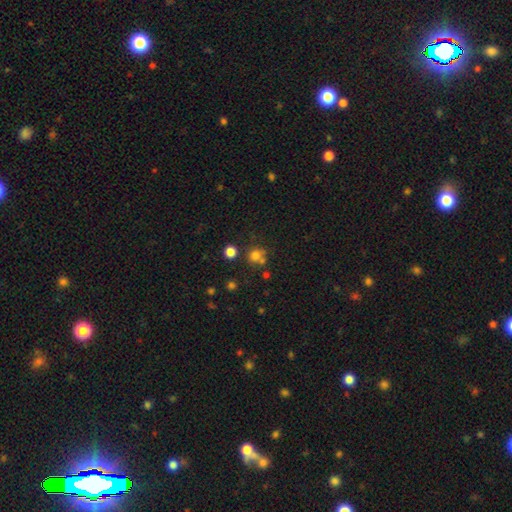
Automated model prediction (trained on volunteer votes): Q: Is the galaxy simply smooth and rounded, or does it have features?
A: smooth — 74%.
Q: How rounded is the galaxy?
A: round — 86%.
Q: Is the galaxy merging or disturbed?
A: none — 62%.